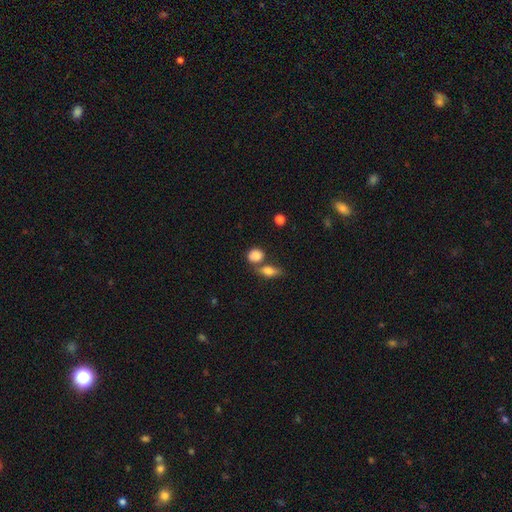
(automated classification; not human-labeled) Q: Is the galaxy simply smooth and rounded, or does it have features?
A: smooth — 84%.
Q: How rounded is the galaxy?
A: round — 58%.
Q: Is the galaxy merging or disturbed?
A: none — 55%.